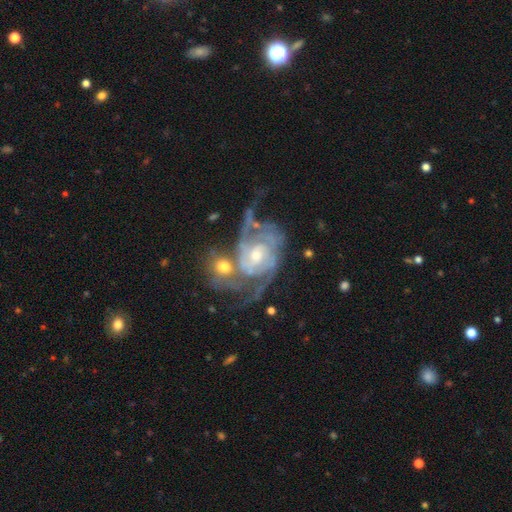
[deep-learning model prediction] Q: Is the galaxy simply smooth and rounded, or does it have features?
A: featured or disk — 91%.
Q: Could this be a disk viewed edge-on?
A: no — 97%.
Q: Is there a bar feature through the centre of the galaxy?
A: no — 55%.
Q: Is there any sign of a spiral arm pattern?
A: yes — 97%.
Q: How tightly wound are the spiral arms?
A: tight — 52%.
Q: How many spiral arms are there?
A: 2 — 50%.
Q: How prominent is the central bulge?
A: moderate — 53%.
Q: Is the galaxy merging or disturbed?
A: merger — 37%.